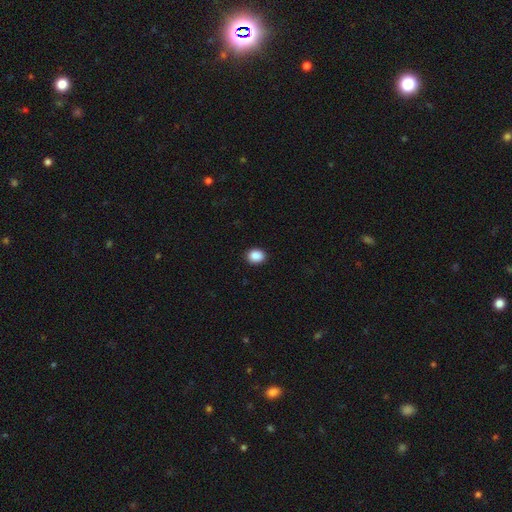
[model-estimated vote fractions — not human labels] Overall: smooth (89%). How rounded: round (54%; in between 45%). Merging: none (91%).